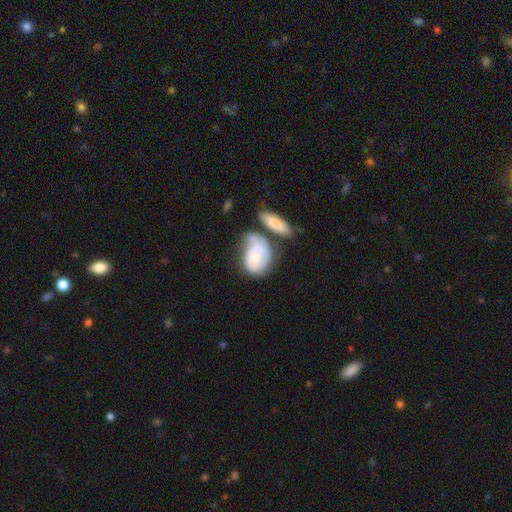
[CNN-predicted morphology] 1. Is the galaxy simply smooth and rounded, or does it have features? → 50% featured or disk, 44% smooth, 6% star or artifact.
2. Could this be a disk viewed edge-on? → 94% no, 6% yes.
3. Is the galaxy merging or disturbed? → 31% none, 27% merger, 23% minor disturbance, 19% major disturbance.